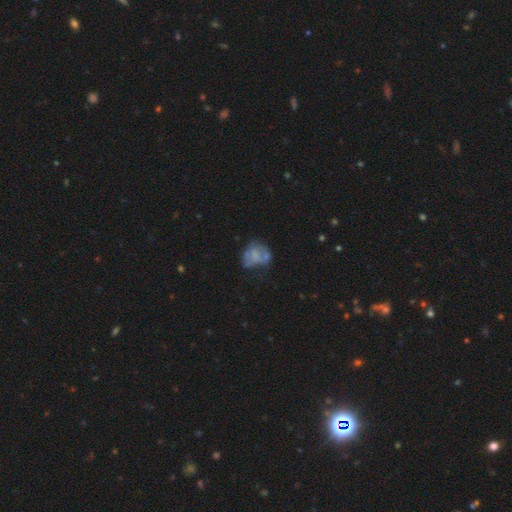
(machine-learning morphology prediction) smooth-or-featured: smooth: 45% | featured or disk: 44% | star or artifact: 12%
  merging: none: 37% | minor disturbance: 24% | major disturbance: 23% | merger: 16%